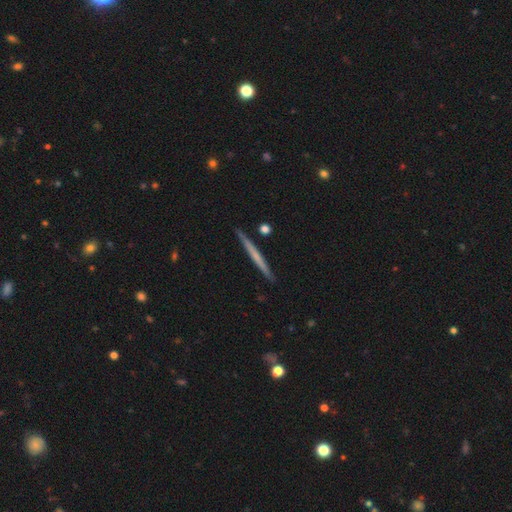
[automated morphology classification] smooth_or_featured: featured or disk (p=0.52) [alt: smooth p=0.43]
disk_edge_on: yes (p=0.98) [alt: no p=0.02]
edge_on_bulge: none (p=0.83) [alt: rounded p=0.12]
merging: none (p=0.91) [alt: minor disturbance p=0.06]